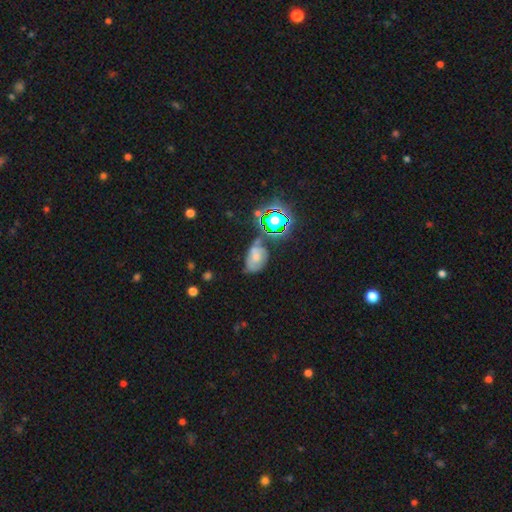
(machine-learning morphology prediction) The model was most divided on "merging": none: 39%, minor disturbance: 31%, major disturbance: 18%, merger: 13%. Remaining: smooth or featured — smooth (46%).